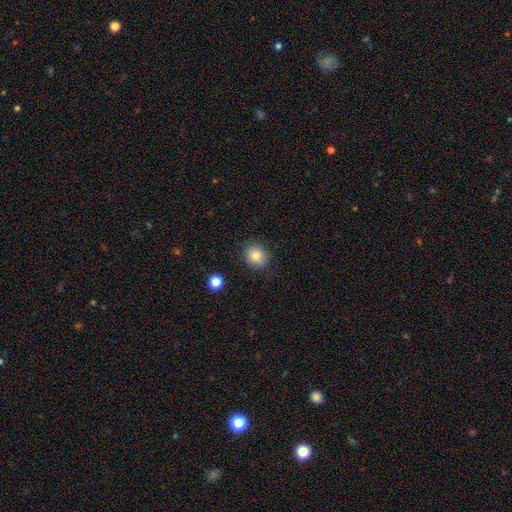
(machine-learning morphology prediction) Q: Smooth or featured?
A: smooth (83%); runner-up: star or artifact (10%)
Q: How rounded?
A: round (78%); runner-up: in between (21%)
Q: Merging?
A: none (87%); runner-up: minor disturbance (9%)